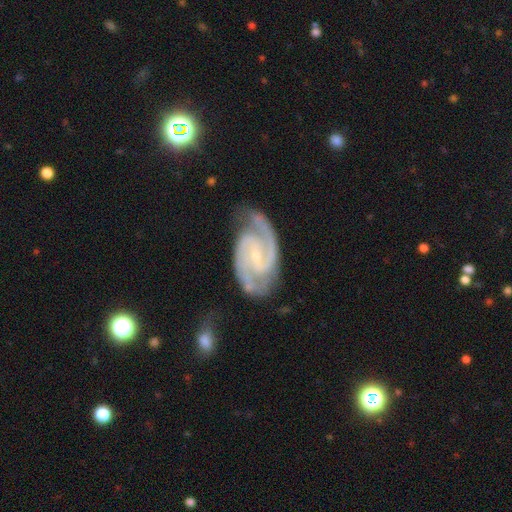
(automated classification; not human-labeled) smooth_or_featured: featured or disk (p=0.92) [alt: star or artifact p=0.04]
disk_edge_on: no (p=0.98) [alt: yes p=0.02]
bar: weak (p=0.43) [alt: no p=0.38]
has_spiral_arms: yes (p=0.98) [alt: no p=0.02]
spiral_winding: medium (p=0.52) [alt: tight p=0.40]
spiral_arm_count: 2 (p=0.89) [alt: 3 p=0.04]
bulge_size: small (p=0.79) [alt: moderate p=0.15]
merging: none (p=0.73) [alt: minor disturbance p=0.19]